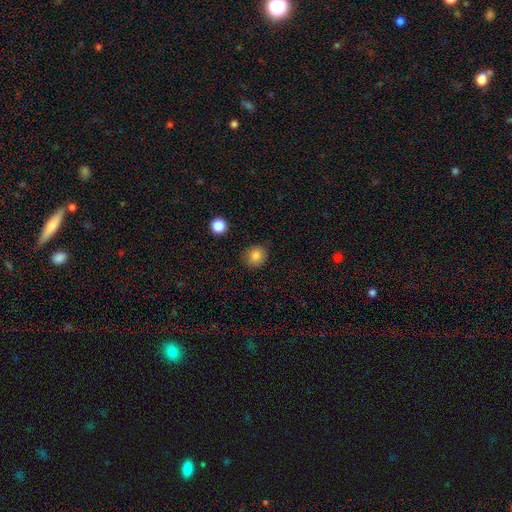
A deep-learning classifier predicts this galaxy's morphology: type=smooth (84%); roundness=round (85%); merging=none (85%).